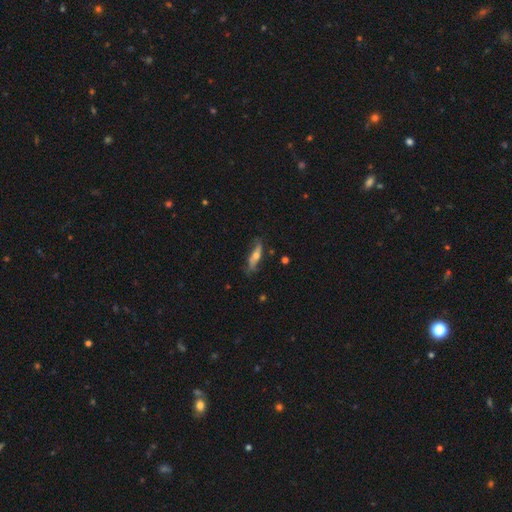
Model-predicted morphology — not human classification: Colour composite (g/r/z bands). It shows a featured or disk galaxy (52%) viewed edge-on (65%). Merging: none (65%).